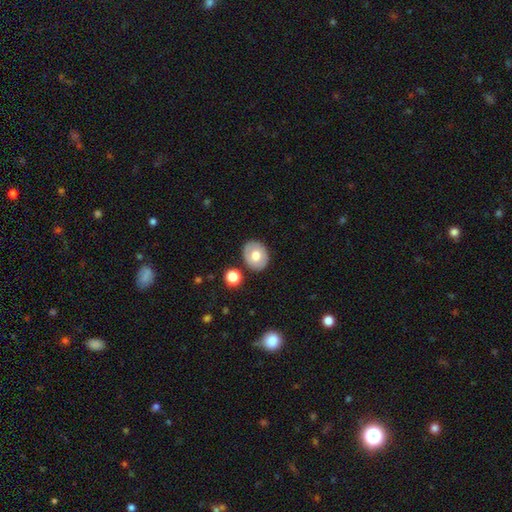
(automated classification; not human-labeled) smooth 65%, featured or disk 28%, star or artifact 7%. Down the decision tree: how rounded — round (56%); merging — none (83%).